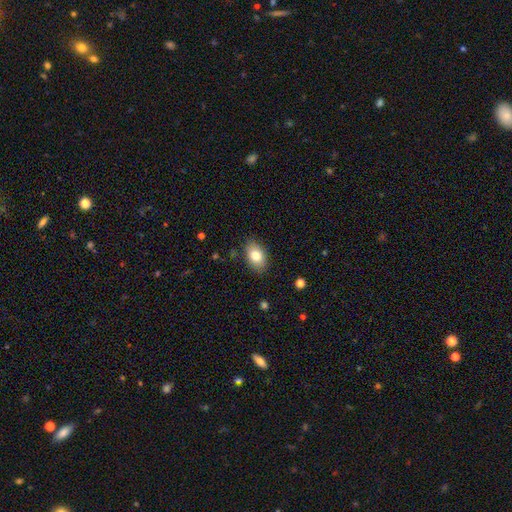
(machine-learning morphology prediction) smooth 79%, featured or disk 13%, star or artifact 8%. Down the decision tree: how rounded — in between (87%); merging — none (85%).